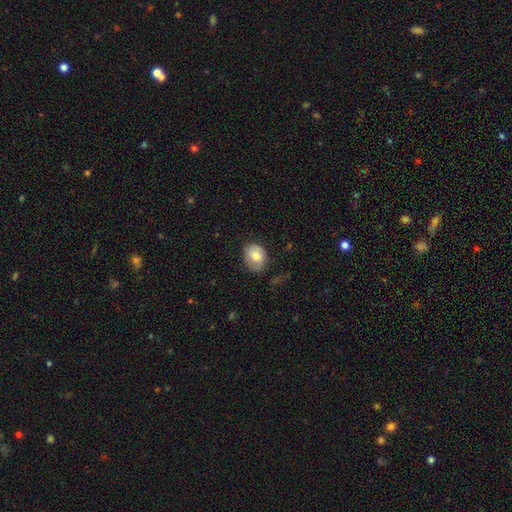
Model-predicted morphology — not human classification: Overall: smooth (76%). How rounded: in between (54%; round 45%). Merging: none (70%).